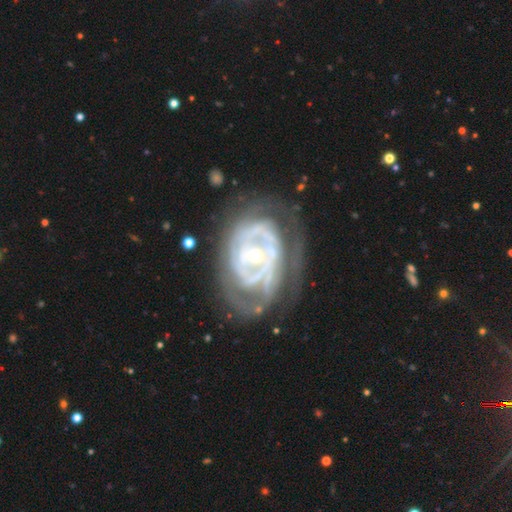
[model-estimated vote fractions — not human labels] Smooth or featured: featured or disk — 85% (smooth — 10%)
Edge-on disk: no — 96% (yes — 4%)
Bar: no — 67% (weak — 21%)
Spiral arms: yes — 76% (no — 24%)
Spiral winding: tight — 67% (medium — 25%)
Spiral arm count: can't tell — 46% (2 — 24%)
Bulge size: small — 67% (moderate — 29%)
Merging: none — 53% (major disturbance — 22%)